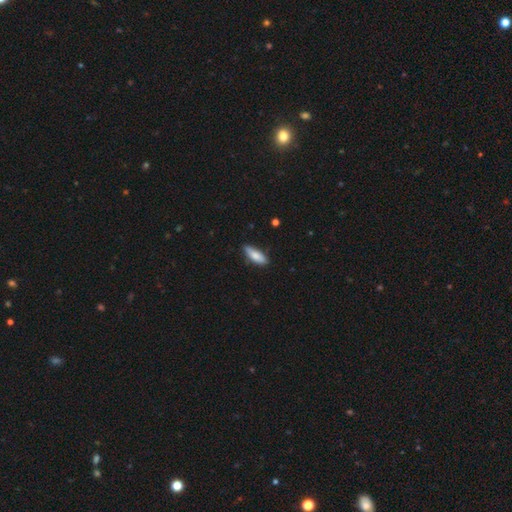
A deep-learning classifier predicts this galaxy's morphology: type=smooth (78%); roundness=in between (61%); merging=none (78%).